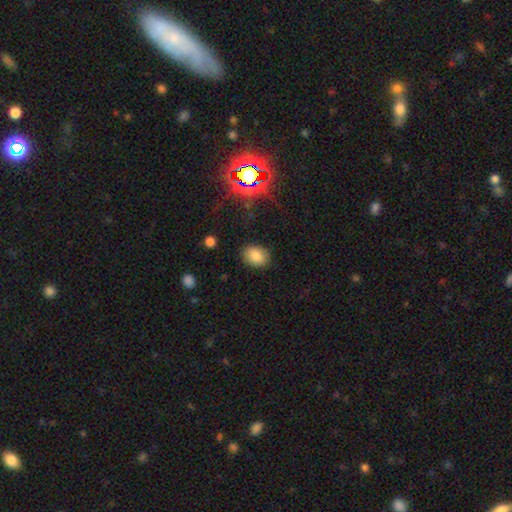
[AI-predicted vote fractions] Morphology: type=smooth (82%); roundness=in between (67%); merging=none (86%).